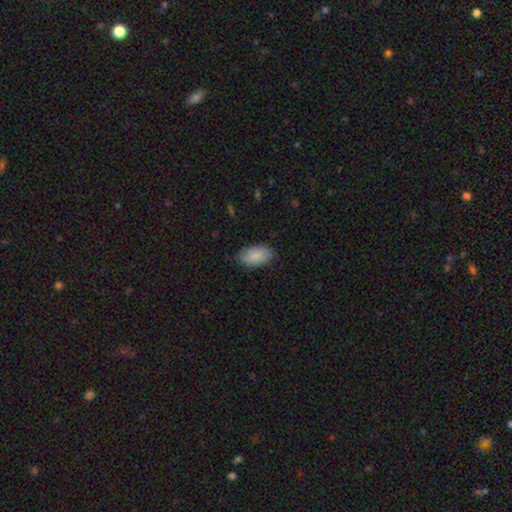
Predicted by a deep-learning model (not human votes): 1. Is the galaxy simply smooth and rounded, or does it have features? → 87% smooth, 7% featured or disk, 6% star or artifact.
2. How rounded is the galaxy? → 94% in between, 3% round, 2% cigar-shaped.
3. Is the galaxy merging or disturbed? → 79% none, 17% minor disturbance, 3% major disturbance, 1% merger.